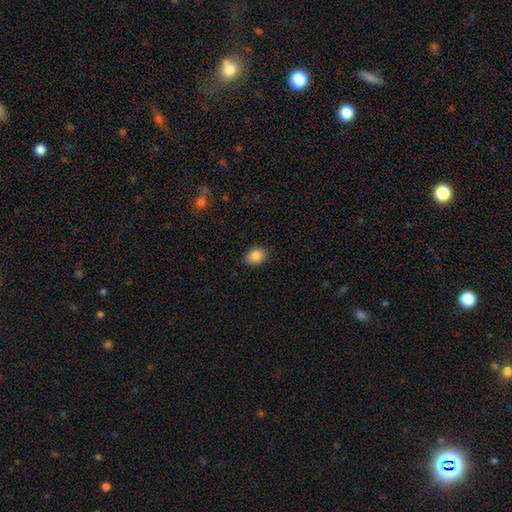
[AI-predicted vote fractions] Smooth or featured?
  - smooth: 87% *
  - star or artifact: 9%
  - featured or disk: 5%
How rounded?
  - in between: 68% *
  - round: 31%
  - cigar-shaped: 1%
Merging?
  - none: 88% *
  - minor disturbance: 9%
  - major disturbance: 2%
  - merger: 1%